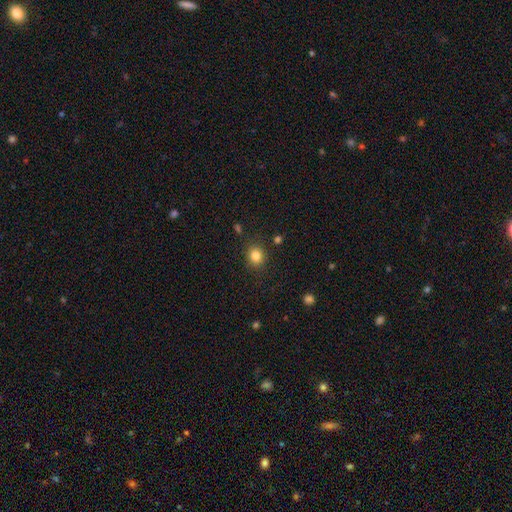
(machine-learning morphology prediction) smooth_or_featured: smooth (p=0.84) [alt: star or artifact p=0.11]
how_rounded: round (p=0.72) [alt: in between p=0.27]
merging: none (p=0.86) [alt: minor disturbance p=0.09]